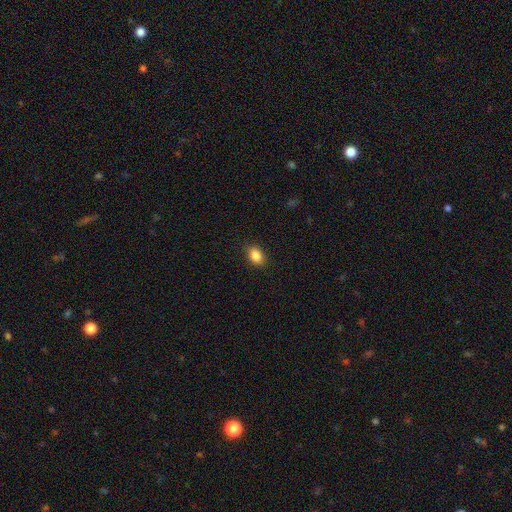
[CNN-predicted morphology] Smooth or featured? smooth (87%)
How rounded? in between (82%)
Merging? none (88%)